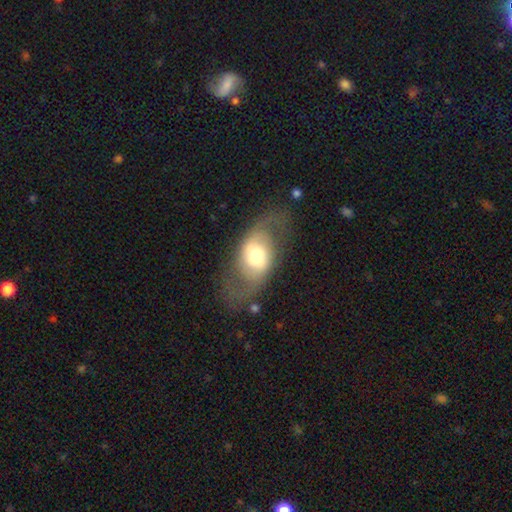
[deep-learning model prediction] Q: Smooth or featured?
A: featured or disk (58%); runner-up: smooth (35%)
Q: Edge-on disk?
A: no (90%); runner-up: yes (10%)
Q: Bar?
A: no (54%); runner-up: weak (31%)
Q: Spiral arms?
A: yes (64%); runner-up: no (36%)
Q: Bulge size?
A: moderate (55%); runner-up: large (31%)
Q: Merging?
A: none (66%); runner-up: minor disturbance (17%)